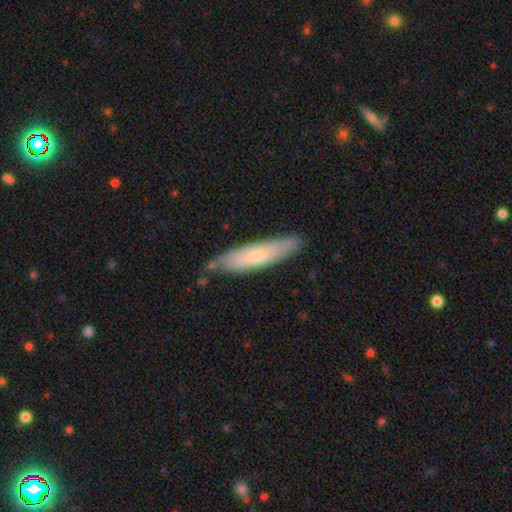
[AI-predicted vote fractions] Q: Smooth or featured?
A: smooth (63%); runner-up: featured or disk (31%)
Q: How rounded?
A: cigar-shaped (79%); runner-up: in between (20%)
Q: Merging?
A: none (78%); runner-up: minor disturbance (17%)